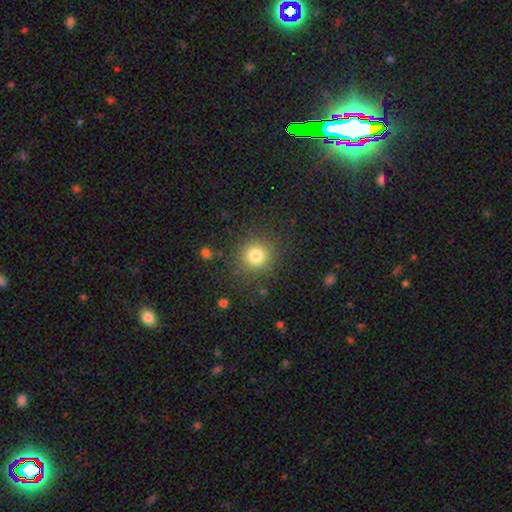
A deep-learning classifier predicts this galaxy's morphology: Smooth or featured: smooth — 80% (star or artifact — 14%)
How rounded: round — 92% (in between — 7%)
Merging: none — 86% (minor disturbance — 8%)